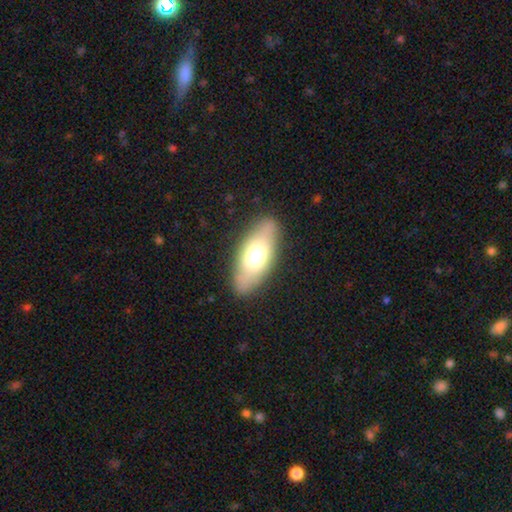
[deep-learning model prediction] smooth 66%, featured or disk 26%, star or artifact 8%. Down the decision tree: how rounded — in between (81%); merging — none (83%).